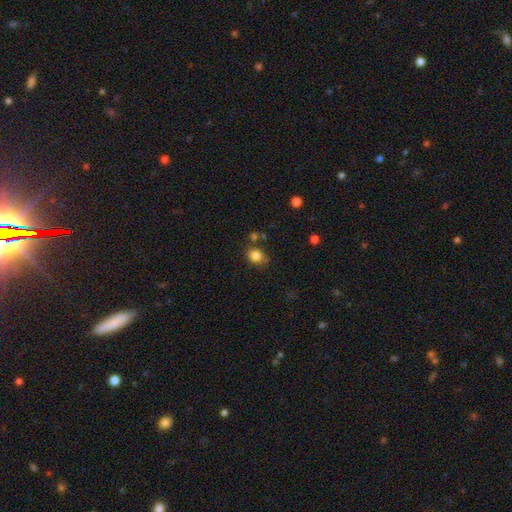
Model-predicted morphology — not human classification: type=smooth (84%); roundness=round (59%); merging=none (70%).